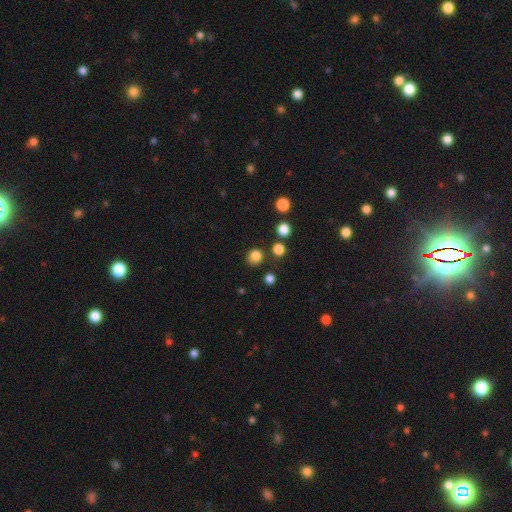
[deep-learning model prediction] A smooth galaxy with no disk features (82%) that is round (90%). Merging: none (84%).